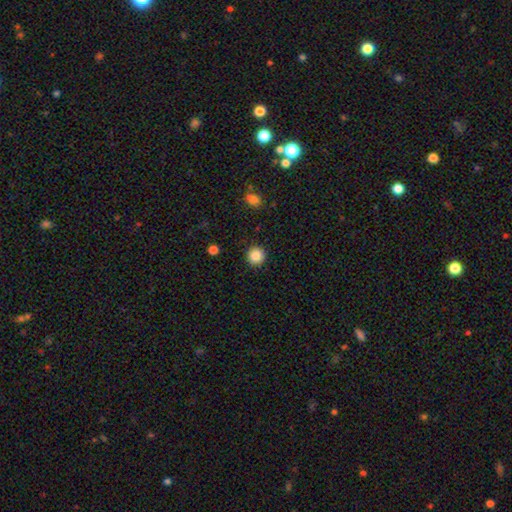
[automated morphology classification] Smooth or featured: smooth — 86% (star or artifact — 10%)
How rounded: round — 95% (in between — 4%)
Merging: none — 92% (minor disturbance — 5%)